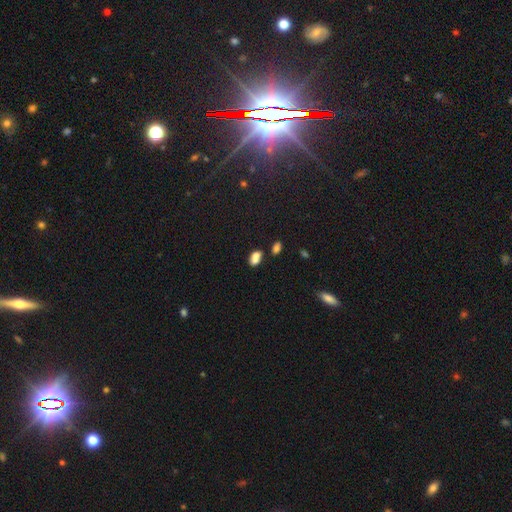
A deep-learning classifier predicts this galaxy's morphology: smooth_or_featured: smooth (p=0.76) [alt: star or artifact p=0.13]
how_rounded: in between (p=0.79) [alt: round p=0.17]
merging: merger (p=0.48) [alt: none p=0.36]